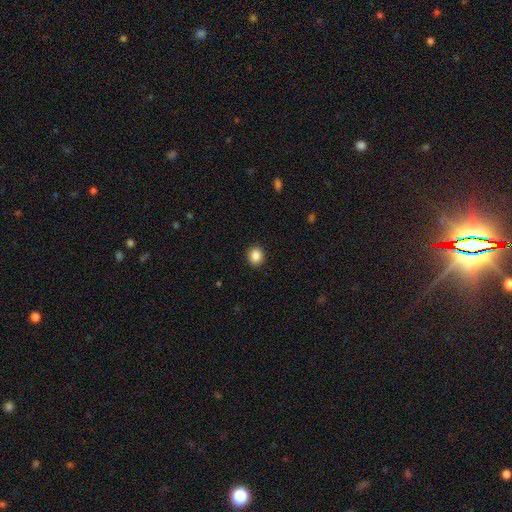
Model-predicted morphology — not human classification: type=smooth (87%); roundness=round (76%); merging=none (91%).